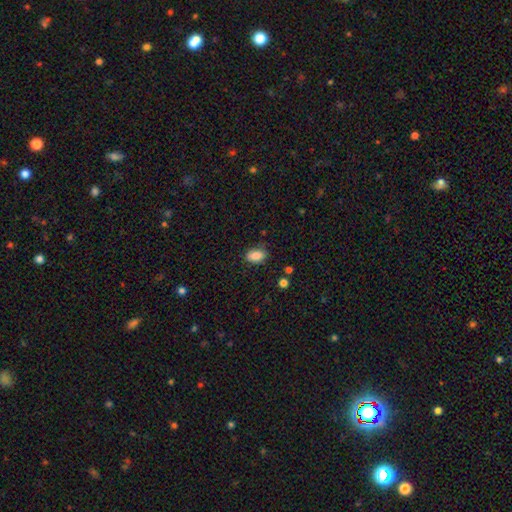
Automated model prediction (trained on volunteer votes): smooth_or_featured: smooth (p=0.86) [alt: star or artifact p=0.08]
how_rounded: in between (p=0.90) [alt: round p=0.07]
merging: none (p=0.79) [alt: minor disturbance p=0.16]